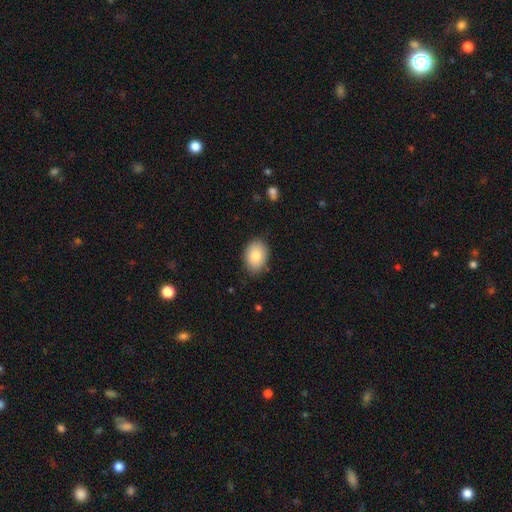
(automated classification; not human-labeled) Smooth or featured: smooth — 84% (featured or disk — 9%)
How rounded: in between — 76% (round — 23%)
Merging: none — 84% (minor disturbance — 13%)